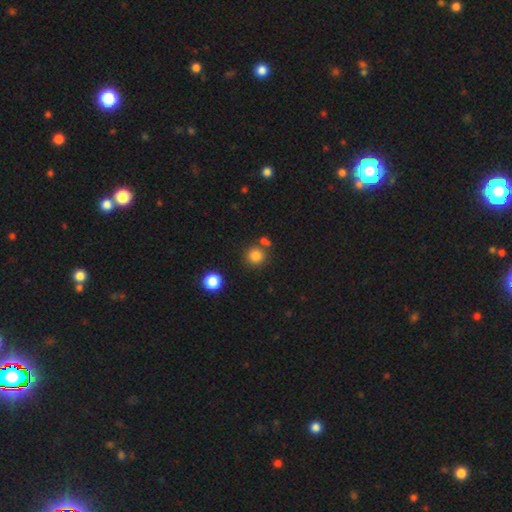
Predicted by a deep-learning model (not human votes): smooth_or_featured: smooth (p=0.82) [alt: star or artifact p=0.13]
how_rounded: round (p=0.92) [alt: in between p=0.07]
merging: none (p=0.76) [alt: merger p=0.13]